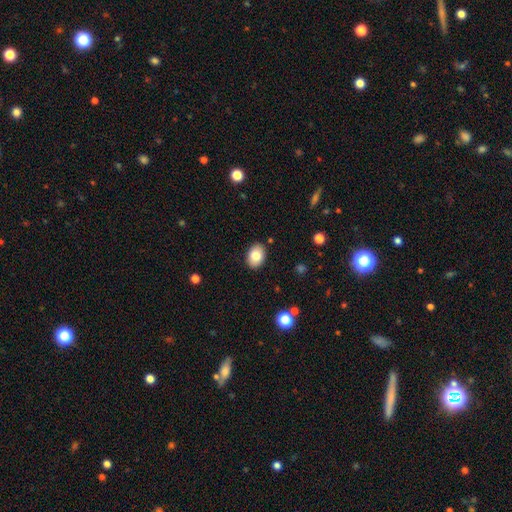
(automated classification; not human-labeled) The model was most divided on "how rounded": in between: 79%, round: 20%, cigar-shaped: 1%. More confident: merging — none (88%); smooth or featured — smooth (83%).